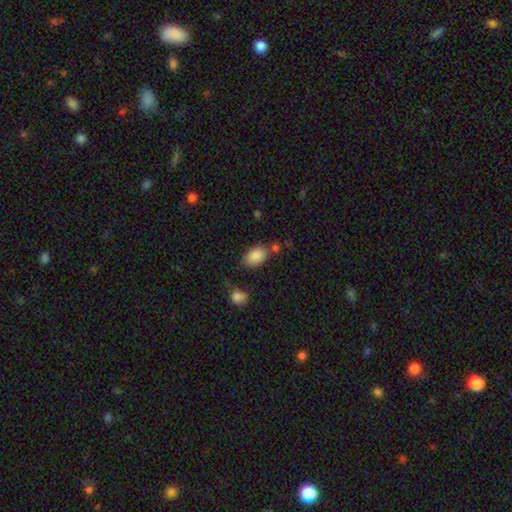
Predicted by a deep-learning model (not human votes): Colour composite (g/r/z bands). It shows a smooth galaxy with no disk features (87%) that is in between round and cigar-shaped (88%). Merging: none (69%).